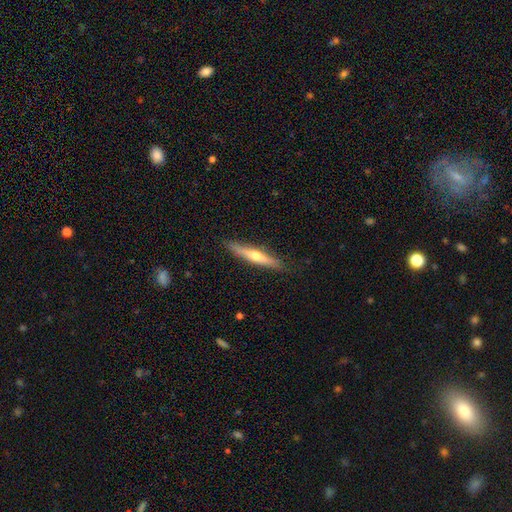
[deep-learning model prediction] This appears to be a featured or disk galaxy (54%) viewed edge-on (94%) with a rounded central bulge (88%). Merging: none (88%).